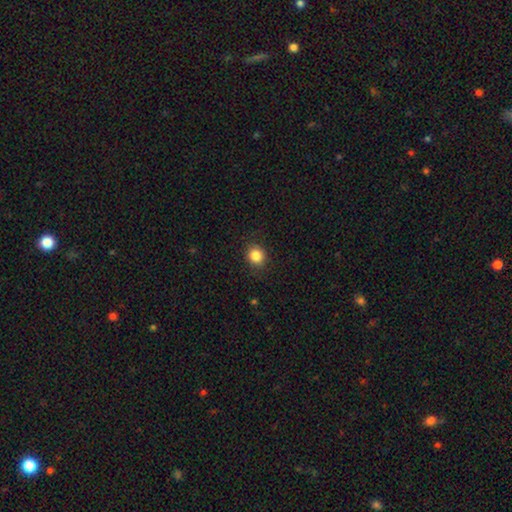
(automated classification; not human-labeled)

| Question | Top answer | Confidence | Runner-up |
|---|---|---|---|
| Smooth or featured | smooth | 85% | star or artifact (10%) |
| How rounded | round | 85% | in between (14%) |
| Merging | none | 88% | minor disturbance (8%) |